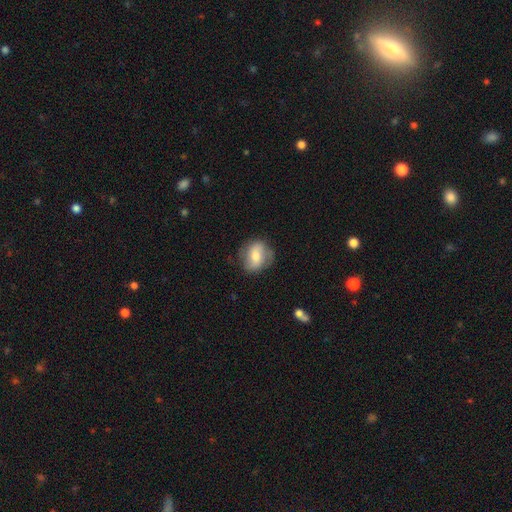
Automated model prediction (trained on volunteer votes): Smooth or featured? smooth (51%)
How rounded? round (58%)
Merging? none (72%)